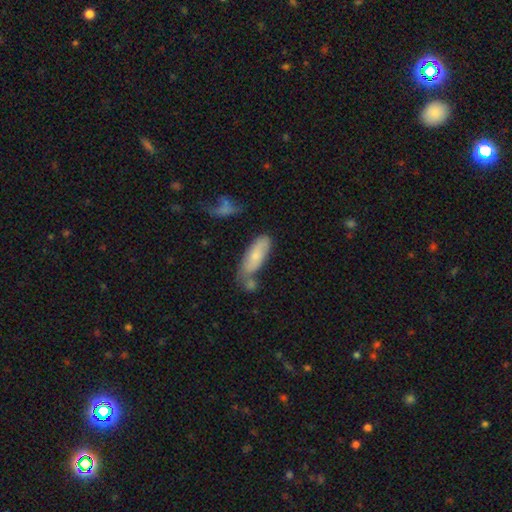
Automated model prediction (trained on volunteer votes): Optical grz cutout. It shows a smooth galaxy with no disk features (71%) that is in between round and cigar-shaped (63%). Merging: none (53%).